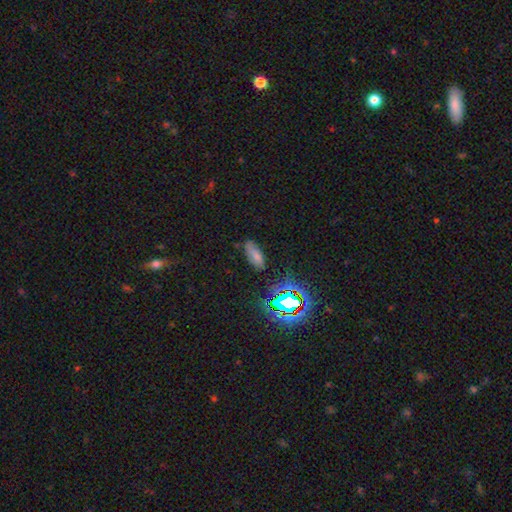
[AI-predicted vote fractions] Overall: smooth (67%). How rounded: in between (79%). Merging: none (75%).